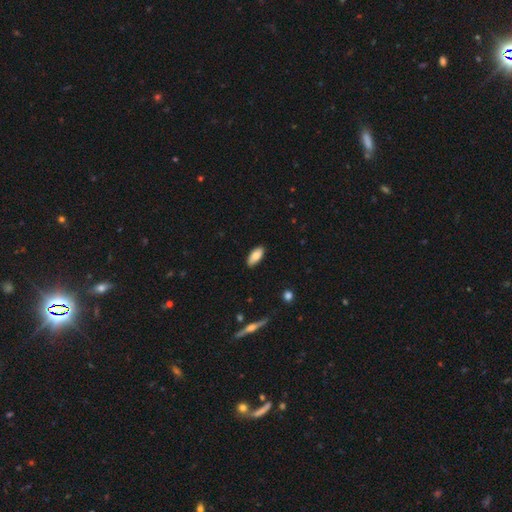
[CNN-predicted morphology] A smooth galaxy with no disk features (82%) that is in between round and cigar-shaped (87%).

Vote fractions:
- Smooth or featured? smooth: 82% / featured or disk: 12% / star or artifact: 7%
- How rounded? in between: 87% / cigar-shaped: 11% / round: 2%
- Merging? none: 83% / minor disturbance: 14% / major disturbance: 2% / merger: 1%